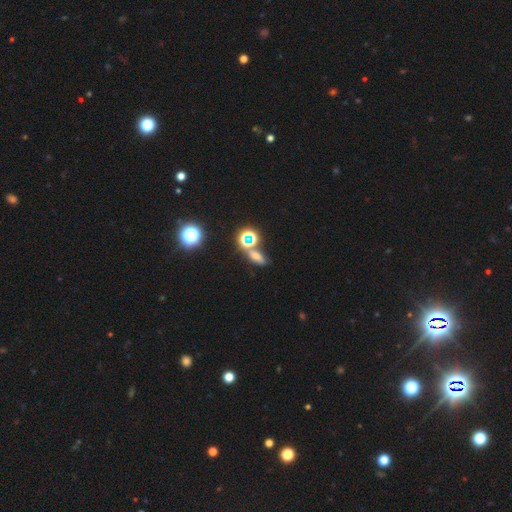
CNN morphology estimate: smooth 50%, star or artifact 38%, featured or disk 13%. Down the decision tree: merging — none (60%).